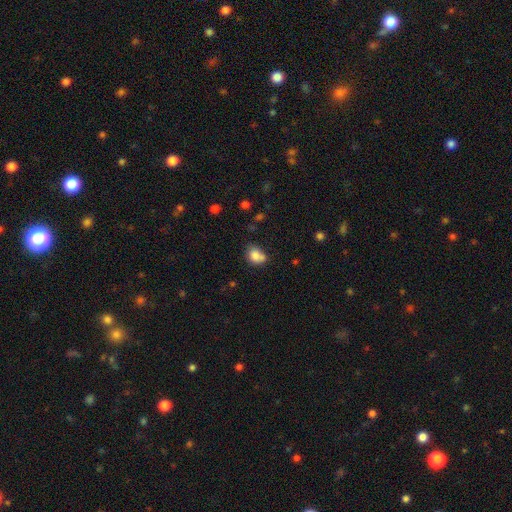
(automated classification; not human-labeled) smooth 81%, star or artifact 10%, featured or disk 9%. Down the decision tree: how rounded — in between (50%); merging — none (50%).